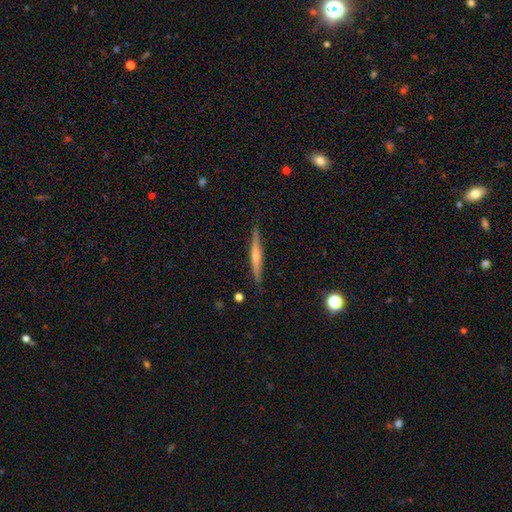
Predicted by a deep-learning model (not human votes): featured or disk 68%, smooth 25%, star or artifact 7%. Down the decision tree: edge-on disk — yes (97%); edge-on bulge — rounded (70%); merging — none (88%).